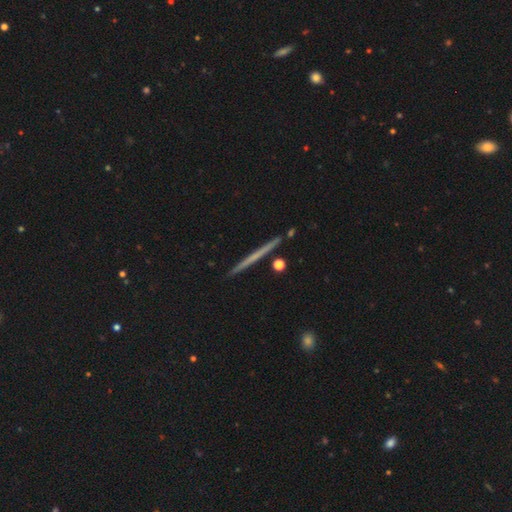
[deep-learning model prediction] This appears to be a featured or disk galaxy (55%) viewed edge-on (98%) with no central bulge (89%). Merging: none (92%).